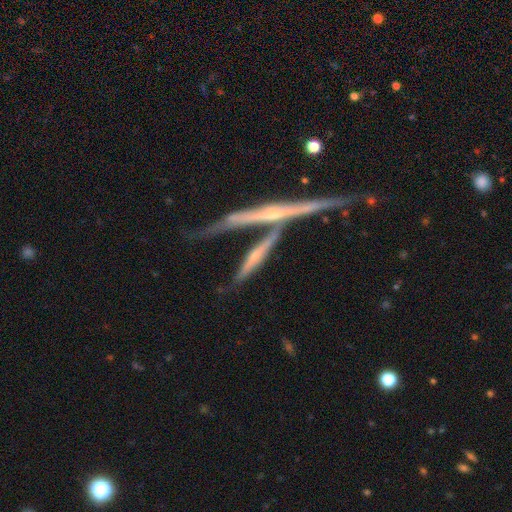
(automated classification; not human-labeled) smooth-or-featured: featured or disk: 65% | smooth: 26% | star or artifact: 9%
  disk-edge-on: yes: 89% | no: 11%
    edge-on-bulge: rounded: 49% | none: 42% | boxy: 9%
  merging: none: 48% | merger: 31% | minor disturbance: 15% | major disturbance: 6%